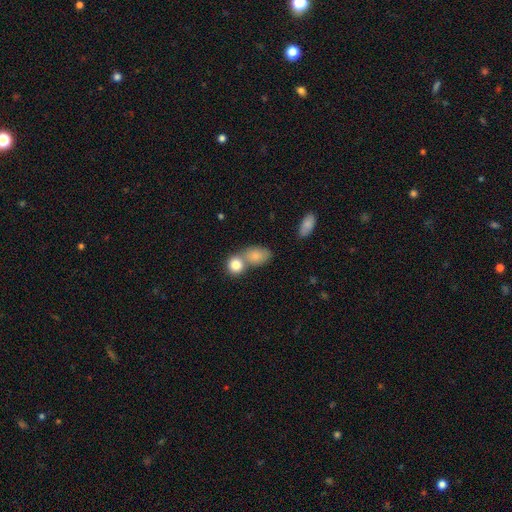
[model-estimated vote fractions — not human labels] Smooth or featured: smooth — 81% (featured or disk — 11%)
How rounded: in between — 69% (round — 29%)
Merging: merger — 50% (none — 36%)